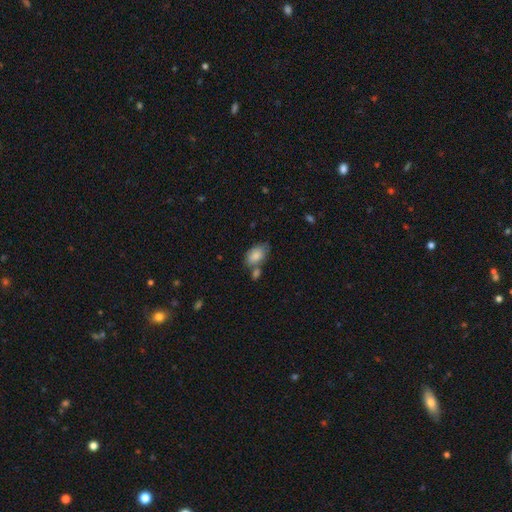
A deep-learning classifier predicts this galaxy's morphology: A smooth galaxy with no disk features (83%) that is in between round and cigar-shaped (91%).

Vote fractions:
- Smooth or featured? smooth: 83% / featured or disk: 10% / star or artifact: 7%
- How rounded? in between: 91% / round: 8% / cigar-shaped: 2%
- Merging? none: 50% / merger: 23% / minor disturbance: 21% / major disturbance: 6%